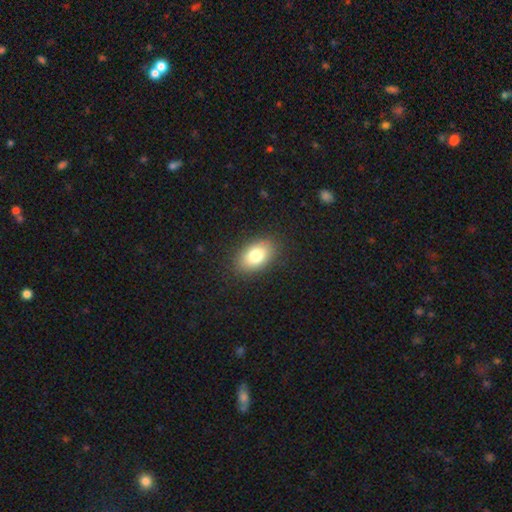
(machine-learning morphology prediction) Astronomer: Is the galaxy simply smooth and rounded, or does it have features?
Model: smooth — 79%.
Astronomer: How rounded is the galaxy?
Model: in between — 89%.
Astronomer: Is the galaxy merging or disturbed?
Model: none — 87%.